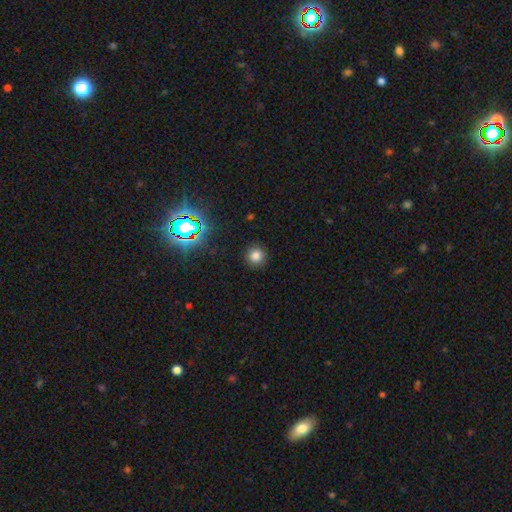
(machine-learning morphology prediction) Smooth or featured? Predicted: smooth (p=0.78). How rounded? Predicted: round (p=0.93). Merging? Predicted: none (p=0.89).